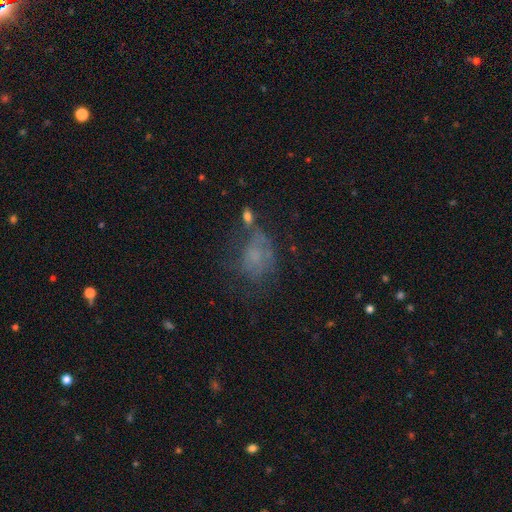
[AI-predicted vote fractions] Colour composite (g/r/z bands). It shows a smooth galaxy with no disk features (45%). Merging: none (35%).